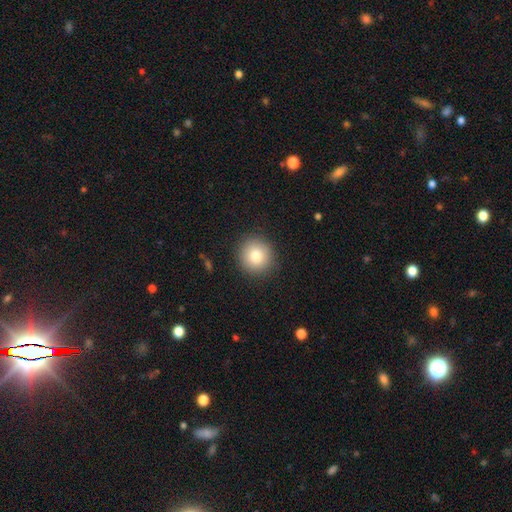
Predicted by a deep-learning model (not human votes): smooth_or_featured: smooth (p=0.82) [alt: star or artifact p=0.09]
how_rounded: round (p=0.91) [alt: in between p=0.08]
merging: none (p=0.89) [alt: minor disturbance p=0.07]